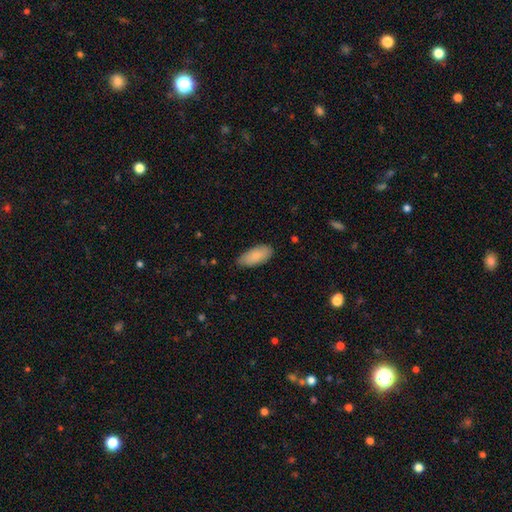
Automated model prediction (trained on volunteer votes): Overall: smooth (87%). How rounded: in between (89%). Merging: none (77%).